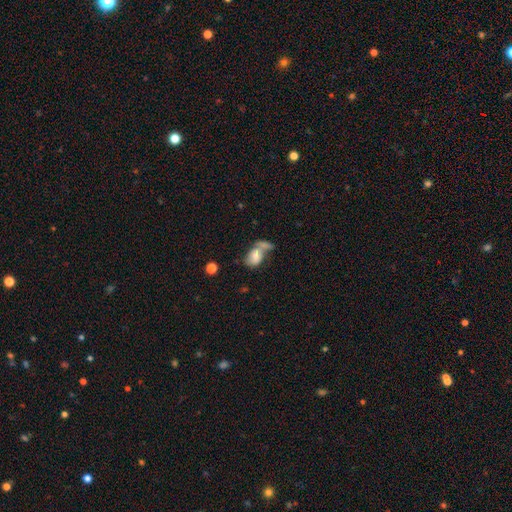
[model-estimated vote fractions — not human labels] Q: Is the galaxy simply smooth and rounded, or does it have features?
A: smooth — 65%.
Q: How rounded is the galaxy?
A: in between — 81%.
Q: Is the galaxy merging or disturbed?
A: merger — 50%.